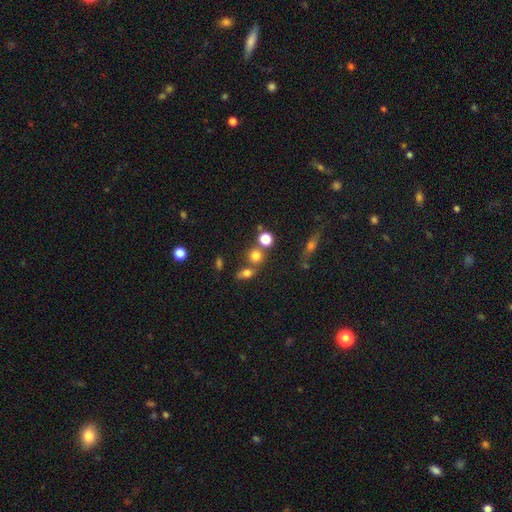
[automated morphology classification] The model was most divided on "merging": none: 55%, merger: 32%, minor disturbance: 9%, major disturbance: 4%. More confident: how rounded — round (80%); smooth or featured — smooth (74%).